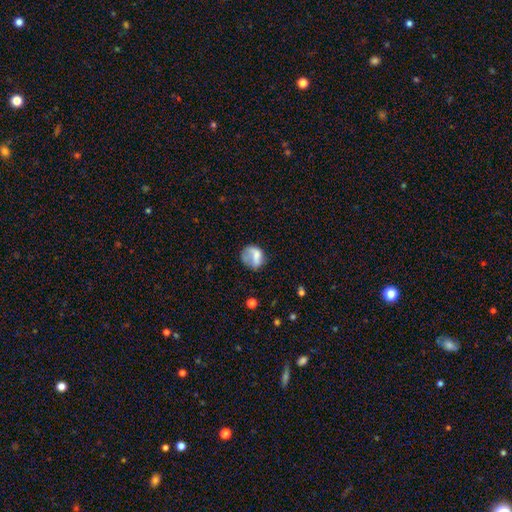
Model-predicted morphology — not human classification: smooth 63%, featured or disk 27%, star or artifact 10%. Down the decision tree: how rounded — round (65%); merging — none (42%).